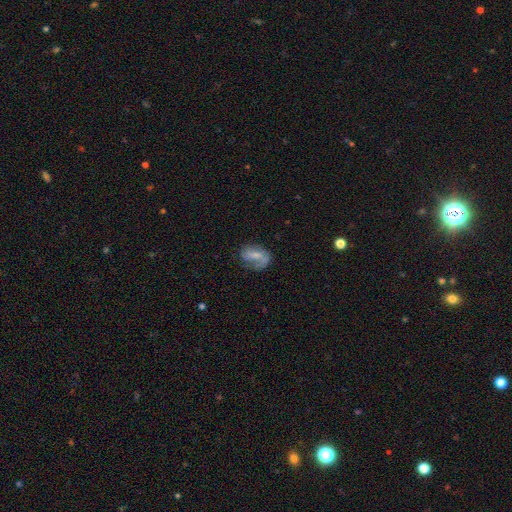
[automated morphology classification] Smooth or featured: featured or disk — 49% (smooth — 43%)
Merging: none — 44% (major disturbance — 26%)